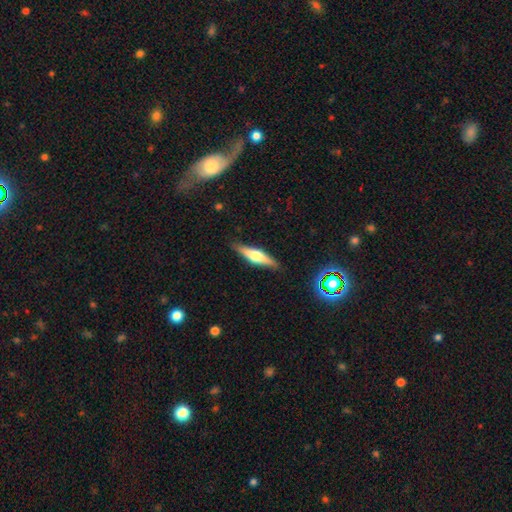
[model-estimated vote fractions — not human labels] Overall: featured or disk (58%; smooth 35%). Edge-on disk: yes (95%). Edge-on bulge: rounded (91%). Merging: none (88%).